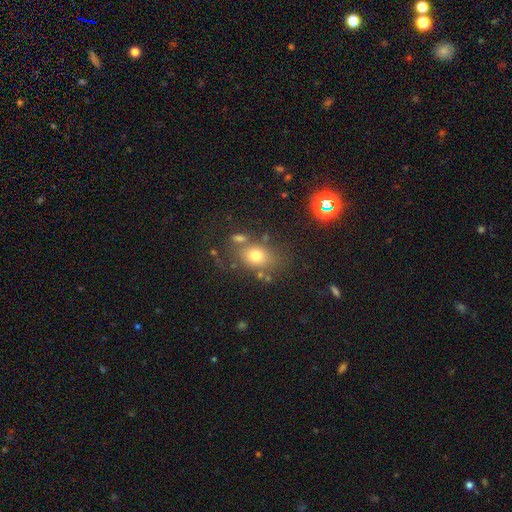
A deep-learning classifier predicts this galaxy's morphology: smooth-or-featured: smooth: 71% | star or artifact: 15% | featured or disk: 14%
  how-rounded: in between: 60% | round: 39% | cigar-shaped: 1%
  merging: none: 67% | minor disturbance: 15% | merger: 12% | major disturbance: 6%